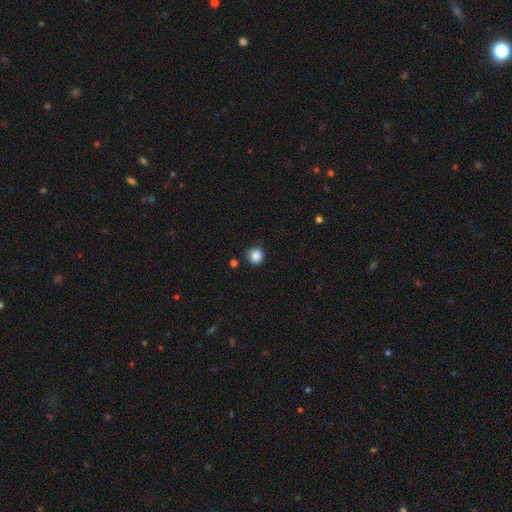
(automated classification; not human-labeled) A smooth galaxy with no disk features (86%) that is round (90%).

Vote fractions:
- Smooth or featured? smooth: 86% / star or artifact: 10% / featured or disk: 4%
- How rounded? round: 90% / in between: 9% / cigar-shaped: 1%
- Merging? none: 79% / minor disturbance: 15% / major disturbance: 3% / merger: 3%